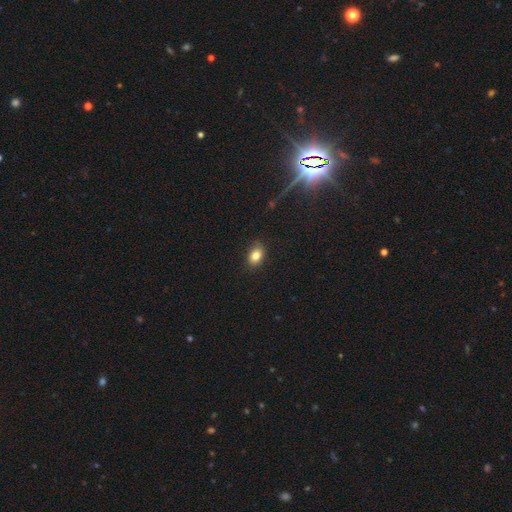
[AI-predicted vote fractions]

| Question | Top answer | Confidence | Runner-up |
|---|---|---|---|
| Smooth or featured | smooth | 83% | star or artifact (10%) |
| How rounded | in between | 78% | round (21%) |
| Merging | none | 84% | minor disturbance (13%) |